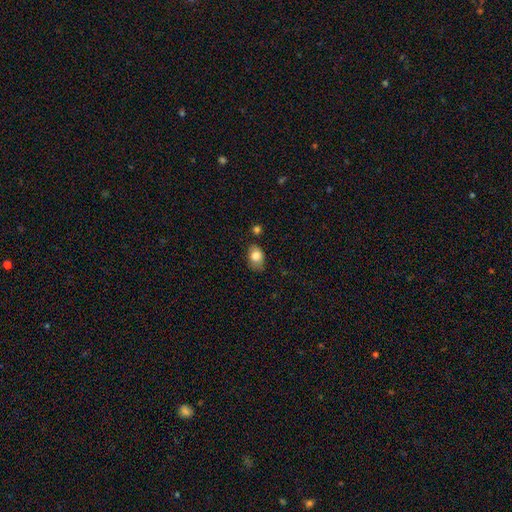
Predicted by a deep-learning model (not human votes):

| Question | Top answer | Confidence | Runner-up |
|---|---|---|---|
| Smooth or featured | smooth | 81% | featured or disk (10%) |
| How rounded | in between | 76% | round (22%) |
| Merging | none | 69% | minor disturbance (22%) |